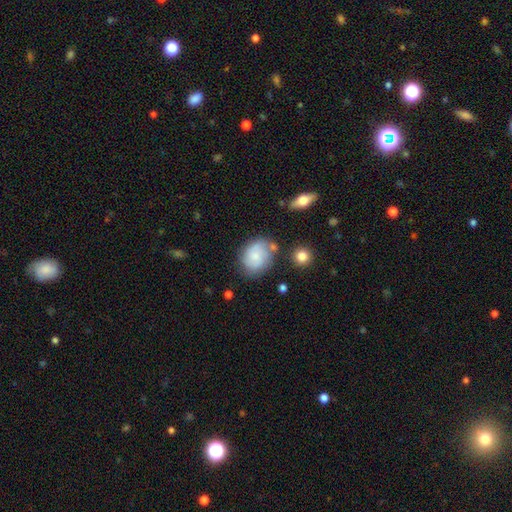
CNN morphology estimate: smooth-or-featured: smooth: 58% | featured or disk: 34% | star or artifact: 9%
  how-rounded: round: 53% | in between: 46% | cigar-shaped: 1%
  merging: none: 62% | minor disturbance: 22% | merger: 8% | major disturbance: 8%